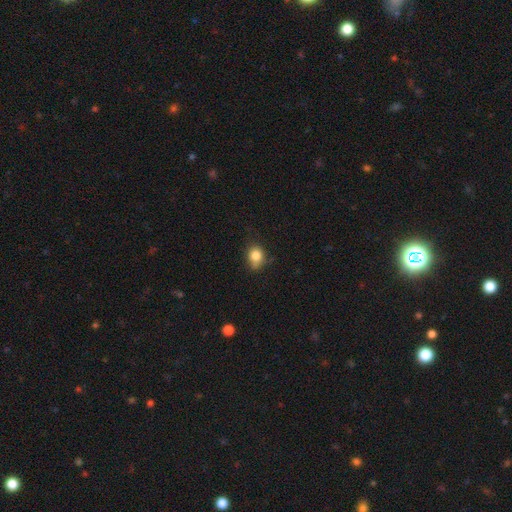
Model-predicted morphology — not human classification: A smooth galaxy with no disk features (82%) that is round (62%).

Vote fractions:
- Smooth or featured? smooth: 82% / star or artifact: 10% / featured or disk: 7%
- How rounded? round: 62% / in between: 37% / cigar-shaped: 1%
- Merging? none: 63% / minor disturbance: 29% / major disturbance: 6% / merger: 3%